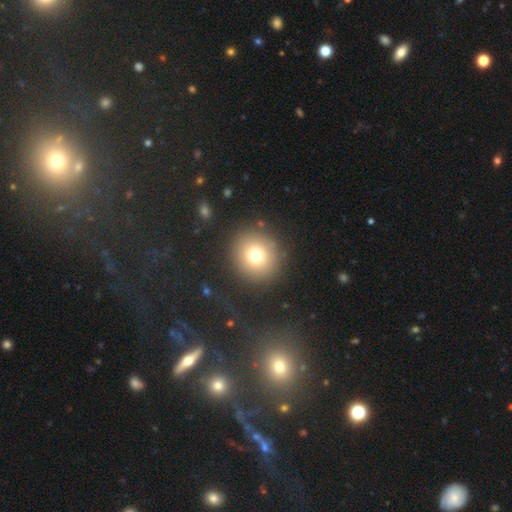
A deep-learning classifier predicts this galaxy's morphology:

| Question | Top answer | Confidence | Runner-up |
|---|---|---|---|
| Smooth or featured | smooth | 73% | star or artifact (15%) |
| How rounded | round | 92% | in between (7%) |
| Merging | none | 86% | minor disturbance (7%) |